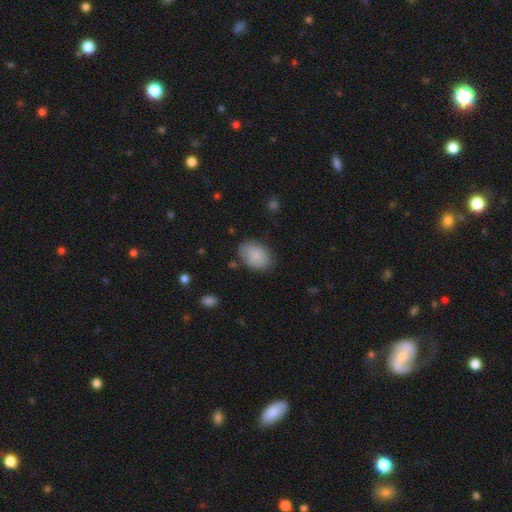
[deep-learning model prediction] A smooth galaxy with no disk features (87%) that is in between round and cigar-shaped (87%). Merging: none (78%).